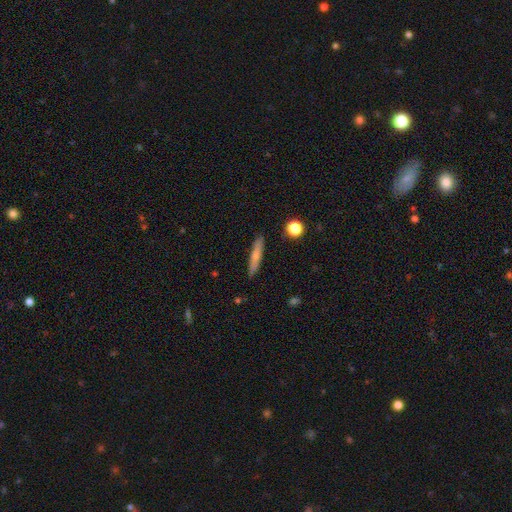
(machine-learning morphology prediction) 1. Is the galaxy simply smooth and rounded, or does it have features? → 66% smooth, 27% featured or disk, 7% star or artifact.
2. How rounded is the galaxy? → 92% cigar-shaped, 6% in between, 2% round.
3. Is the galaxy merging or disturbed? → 88% none, 8% minor disturbance, 2% major disturbance, 2% merger.